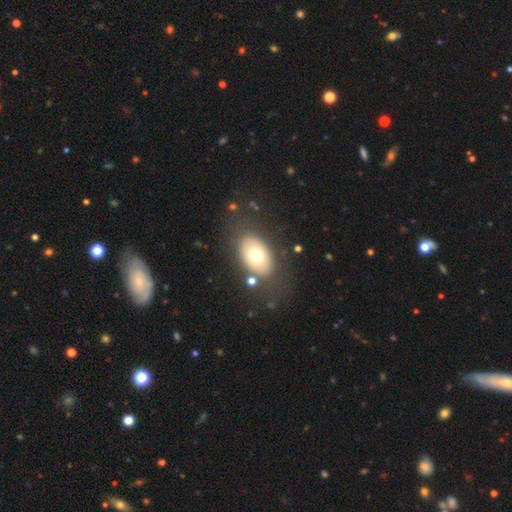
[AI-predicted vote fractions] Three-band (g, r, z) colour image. It shows a smooth galaxy with no disk features (66%) that is in between round and cigar-shaped (87%). Merging: none (78%).